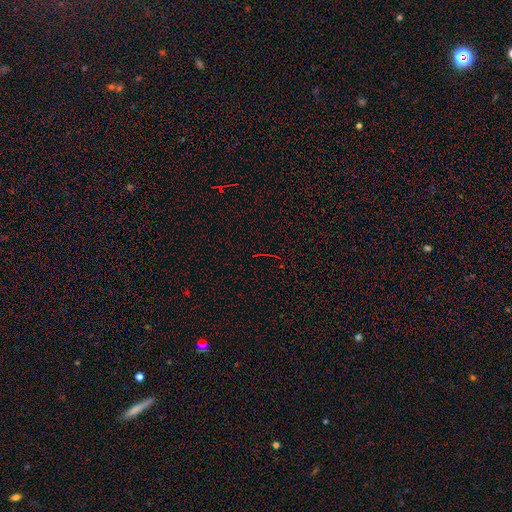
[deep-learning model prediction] This appears to be a star or artifact, not a galaxy (75%).